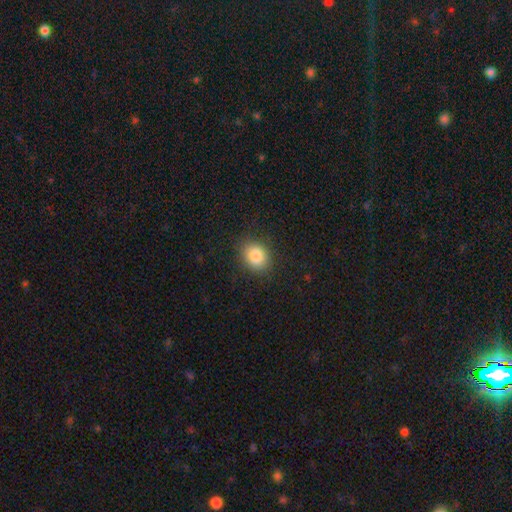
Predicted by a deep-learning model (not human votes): Overall: smooth (85%). How rounded: round (57%; in between 42%). Merging: none (86%).